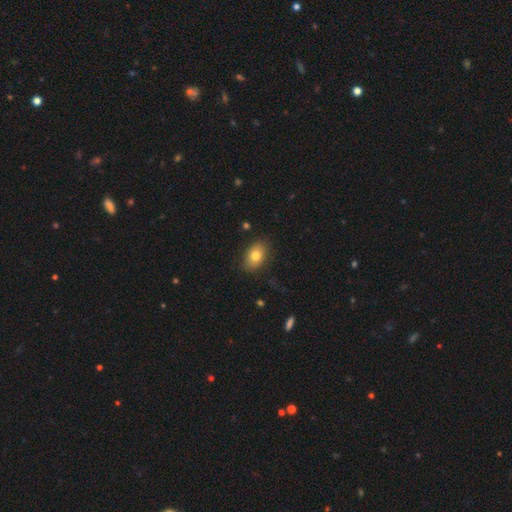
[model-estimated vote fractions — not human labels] This is likely a smooth galaxy (79%). How rounded: clearly in between (81%). Merging: clearly none (84%).